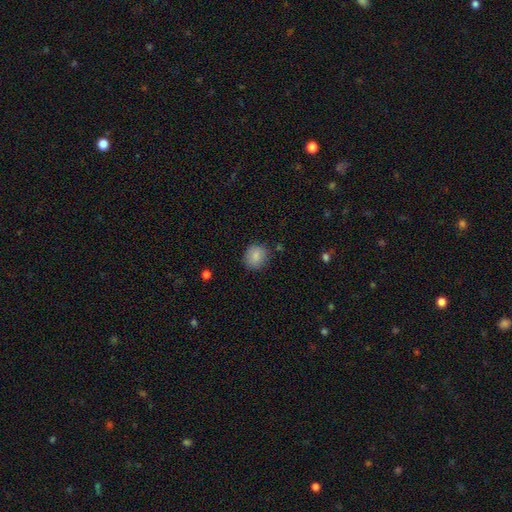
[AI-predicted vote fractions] The model was most divided on "how rounded": round: 75%, in between: 24%, cigar-shaped: 1%. More confident: smooth or featured — smooth (87%); merging — none (82%).